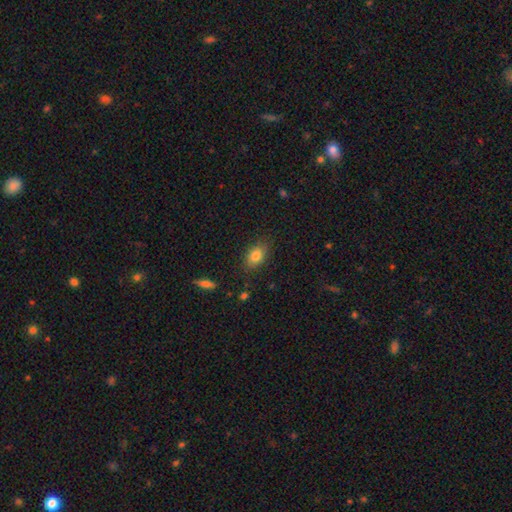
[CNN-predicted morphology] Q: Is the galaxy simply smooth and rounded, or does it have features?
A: smooth — 82%.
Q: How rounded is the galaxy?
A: in between — 81%.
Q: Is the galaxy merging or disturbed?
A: none — 82%.